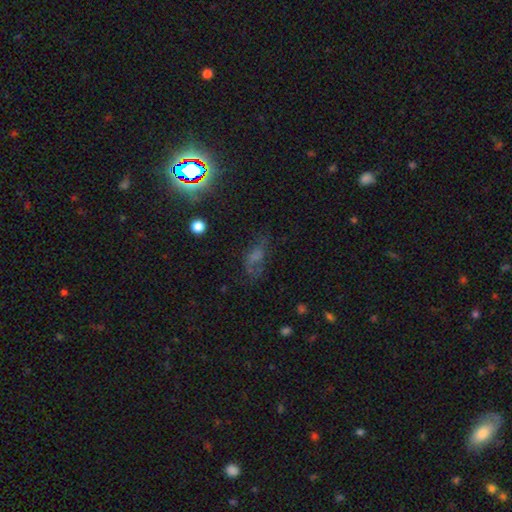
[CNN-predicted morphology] The model was most divided on "smooth or featured" (2-way tie): star or artifact: 35%, smooth: 35%, featured or disk: 31%.